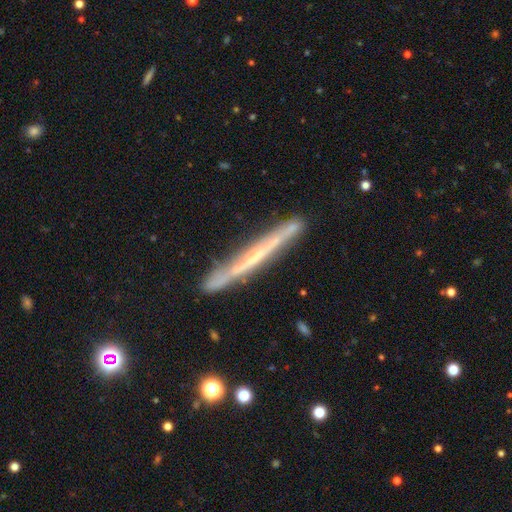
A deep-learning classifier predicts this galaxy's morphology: Overall: featured or disk (67%). Edge-on disk: yes (92%). Edge-on bulge: none (79%). Merging: none (83%).